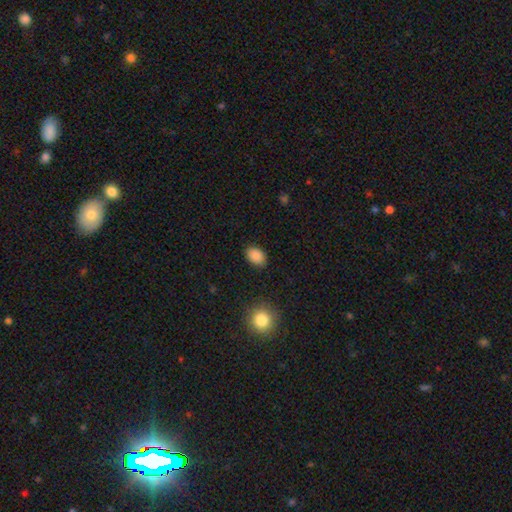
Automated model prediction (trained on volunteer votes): A smooth galaxy with no disk features (88%) that is in between round and cigar-shaped (80%).

Vote fractions:
- Smooth or featured? smooth: 88% / star or artifact: 9% / featured or disk: 4%
- How rounded? in between: 80% / round: 19% / cigar-shaped: 1%
- Merging? none: 87% / minor disturbance: 10% / major disturbance: 2% / merger: 1%